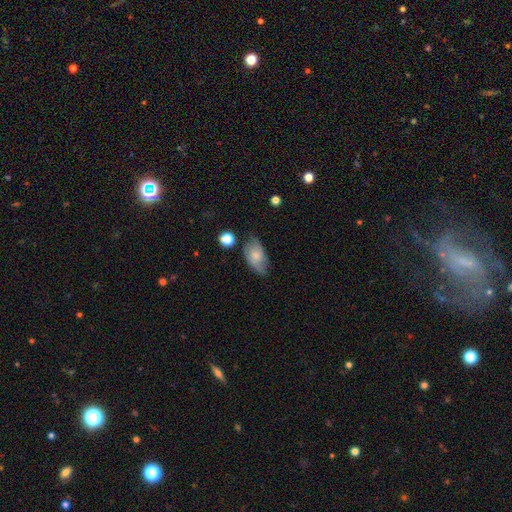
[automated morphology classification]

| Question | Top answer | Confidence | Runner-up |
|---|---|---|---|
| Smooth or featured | smooth | 66% | featured or disk (26%) |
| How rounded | in between | 91% | round (6%) |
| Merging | none | 57% | minor disturbance (31%) |